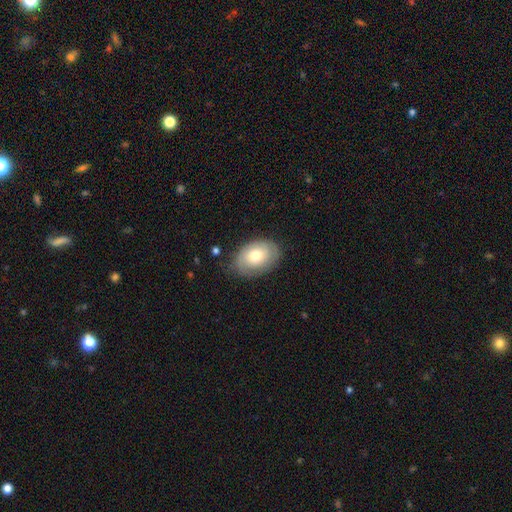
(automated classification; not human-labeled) Smooth or featured? smooth (67%)
How rounded? in between (83%)
Merging? none (75%)